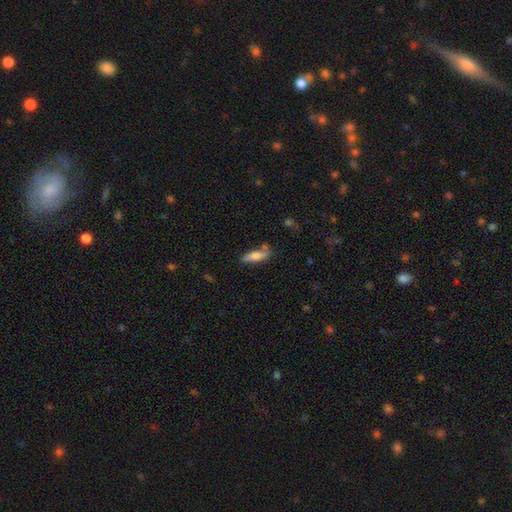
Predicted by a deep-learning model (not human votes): smooth-or-featured: smooth: 68% | featured or disk: 25% | star or artifact: 6%
  how-rounded: cigar-shaped: 55% | in between: 43% | round: 2%
  merging: none: 69% | minor disturbance: 19% | merger: 8% | major disturbance: 4%